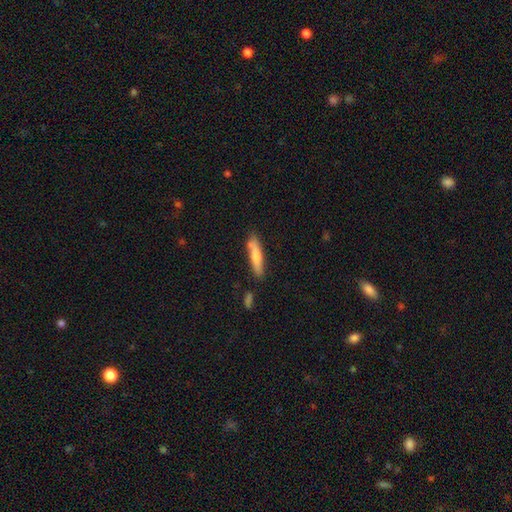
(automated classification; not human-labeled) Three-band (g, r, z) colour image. It shows a smooth galaxy with no disk features (71%) that is cigar-shaped (85%). Merging: none (74%).